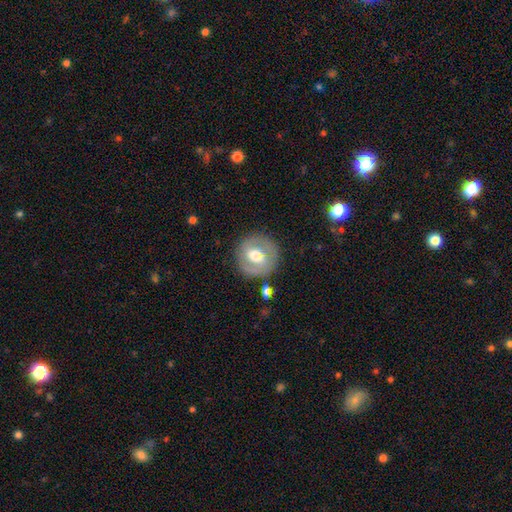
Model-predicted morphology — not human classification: featured or disk 52%, smooth 42%, star or artifact 7%. Down the decision tree: edge-on disk — no (95%); merging — none (75%).